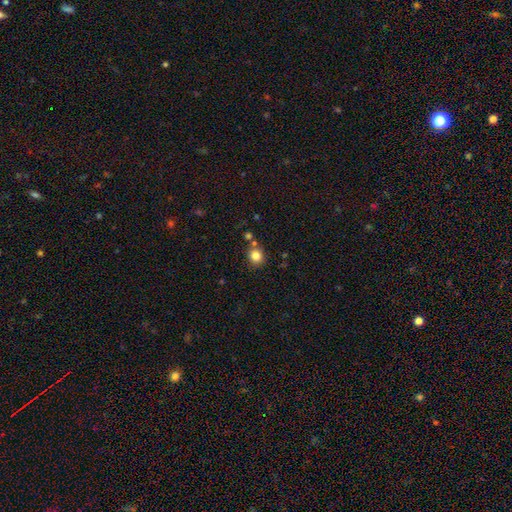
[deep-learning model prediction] Q: Smooth or featured?
A: smooth (82%); runner-up: star or artifact (11%)
Q: How rounded?
A: round (85%); runner-up: in between (14%)
Q: Merging?
A: none (75%); runner-up: merger (12%)